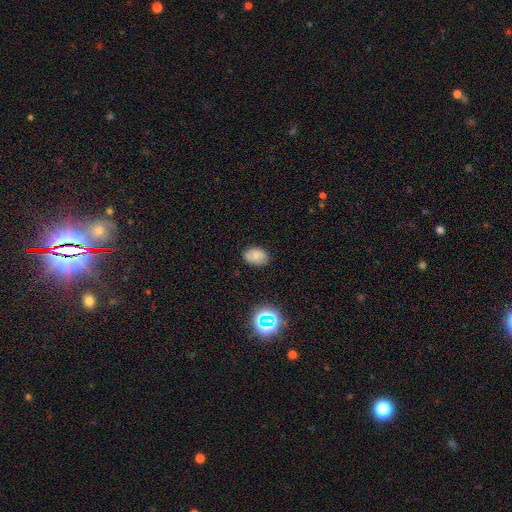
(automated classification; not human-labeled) Morphology: type=smooth (71%); roundness=in between (78%); merging=none (81%).